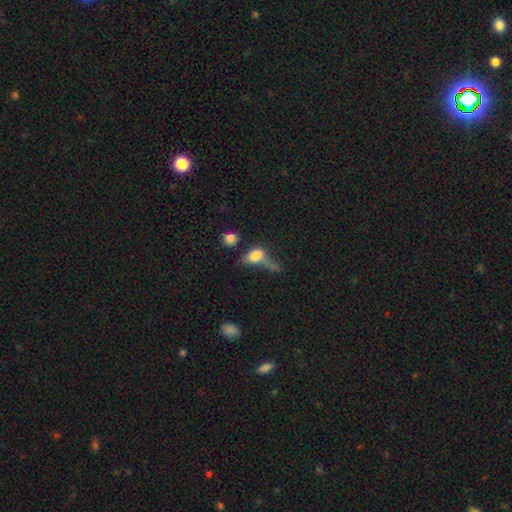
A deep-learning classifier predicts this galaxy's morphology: smooth 72%, featured or disk 17%, star or artifact 12%. Down the decision tree: how rounded — in between (76%); merging — major disturbance (40%).